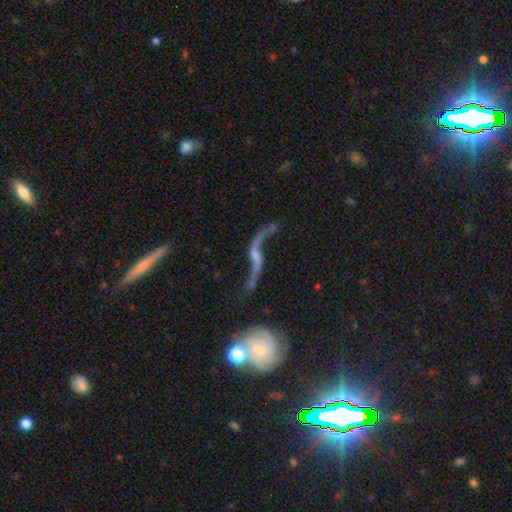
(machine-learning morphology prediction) smooth-or-featured: featured or disk: 86% | star or artifact: 7% | smooth: 7%
  disk-edge-on: no: 92% | yes: 8%
    bar: no: 44% | weak: 38% | strong: 18%
    has-spiral-arms: yes: 94% | no: 6%
      spiral-winding: loose: 94% | medium: 4% | tight: 2%
      spiral-arm-count: 2: 92% | 1: 4% | can't tell: 1% | 3: 1% | 4: 1% | more than 4: 1%
    bulge-size: small: 46% | none: 26% | moderate: 22% | large: 4% | dominant: 2%
  merging: none: 52% | major disturbance: 18% | minor disturbance: 16% | merger: 14%